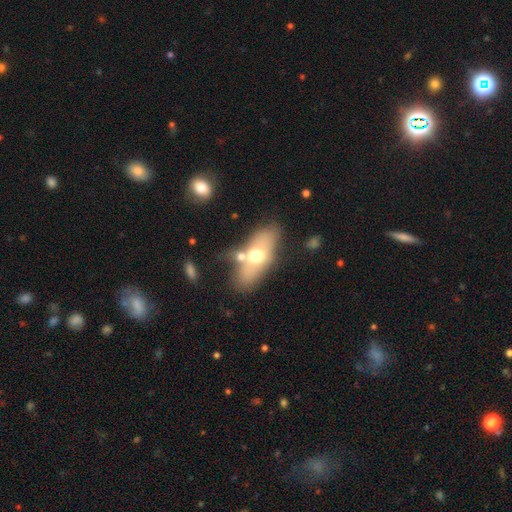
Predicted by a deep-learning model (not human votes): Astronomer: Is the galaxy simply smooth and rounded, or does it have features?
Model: smooth — 58% (runner-up: featured or disk, 34%).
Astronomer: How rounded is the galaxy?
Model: in between — 80%.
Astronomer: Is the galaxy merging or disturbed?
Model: none — 55%.